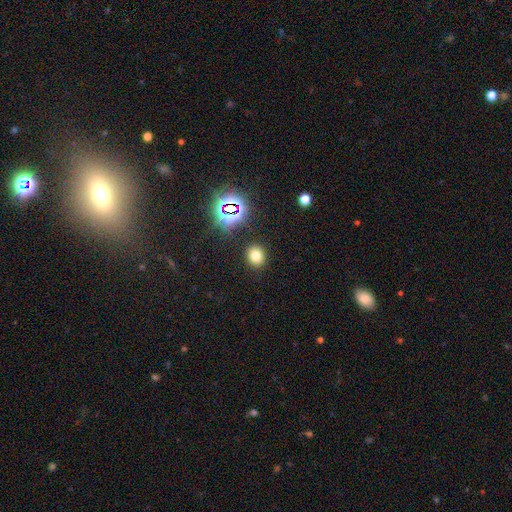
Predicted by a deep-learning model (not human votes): The model was most divided on "smooth or featured": smooth: 72%, star or artifact: 20%, featured or disk: 8%. More confident: merging — none (89%); how rounded — round (76%).